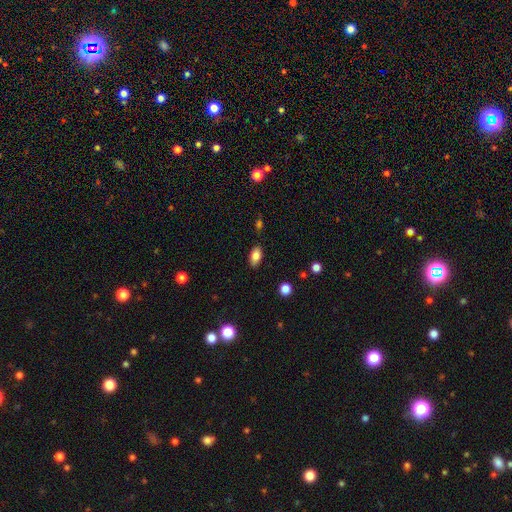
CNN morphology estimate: This appears to be a smooth galaxy with no disk features (83%) that is in between round and cigar-shaped (91%). Merging: none (86%).